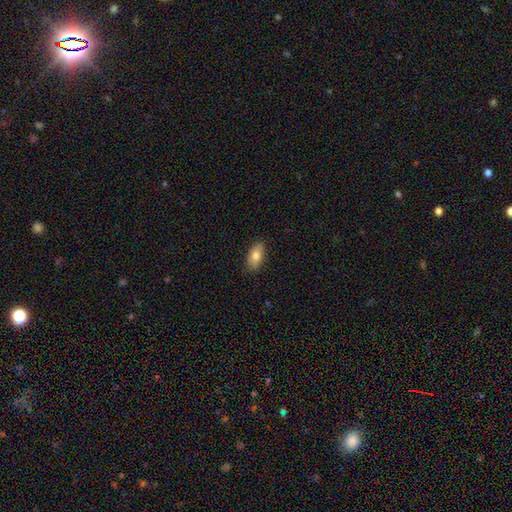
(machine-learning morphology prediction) Smooth or featured? Predicted: smooth (p=0.80). How rounded? Predicted: in between (p=0.90). Merging? Predicted: none (p=0.87).